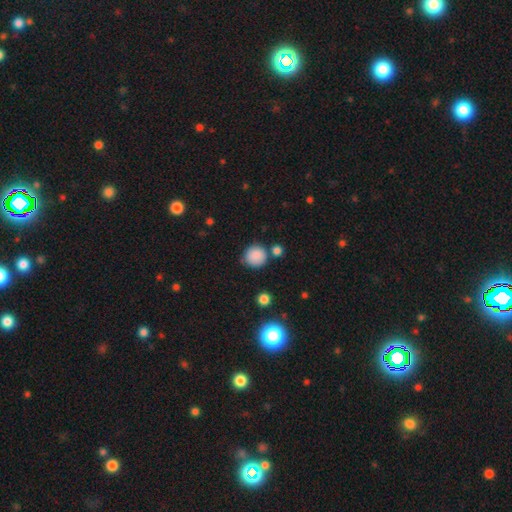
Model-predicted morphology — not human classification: Q: Smooth or featured?
A: smooth (86%); runner-up: star or artifact (9%)
Q: How rounded?
A: round (91%); runner-up: in between (8%)
Q: Merging?
A: none (74%); runner-up: minor disturbance (13%)